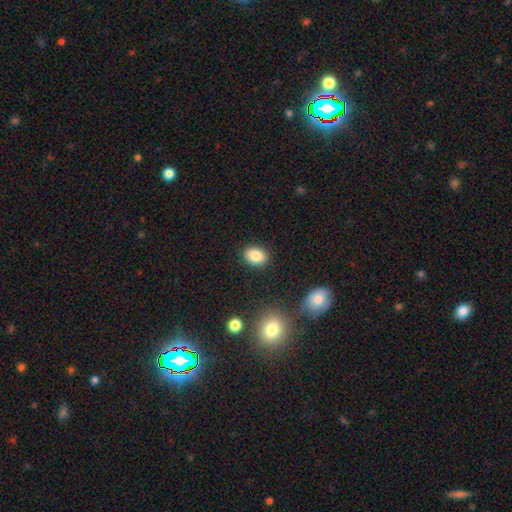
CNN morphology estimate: The model was most divided on "how rounded": in between: 78%, round: 20%, cigar-shaped: 1%. More confident: merging — none (87%); smooth or featured — smooth (85%).